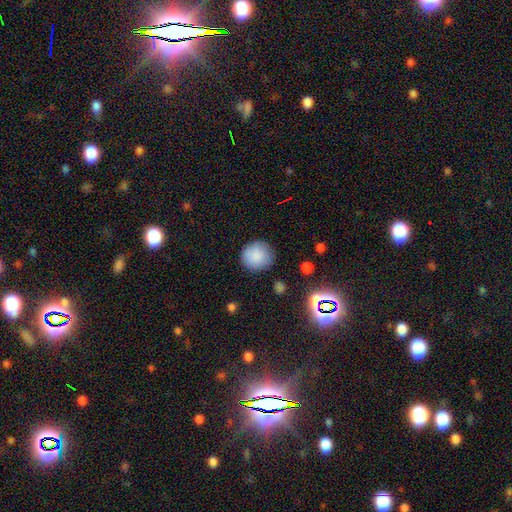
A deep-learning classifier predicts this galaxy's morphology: Smooth or featured: smooth — 86% (star or artifact — 8%)
How rounded: round — 91% (in between — 8%)
Merging: none — 84% (minor disturbance — 12%)